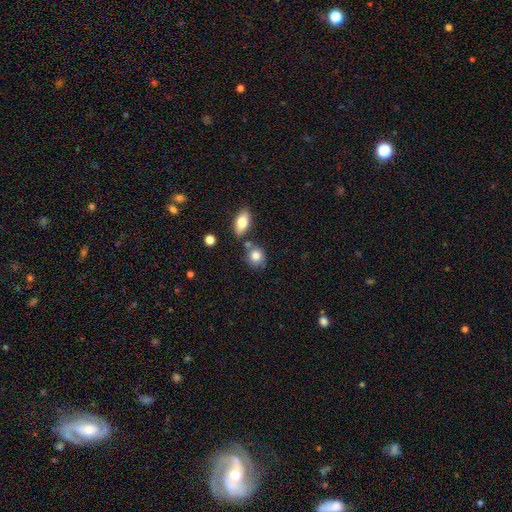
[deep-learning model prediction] Overall: smooth (82%). How rounded: round (66%; in between 32%). Merging: none (62%).